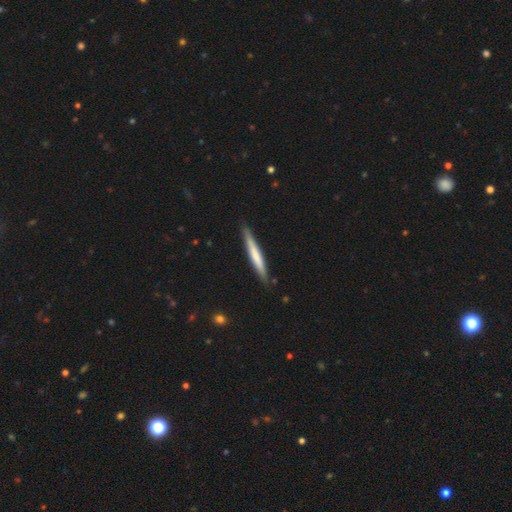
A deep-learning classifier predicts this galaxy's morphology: Smooth or featured? smooth (56%)
How rounded? cigar-shaped (96%)
Merging? none (87%)